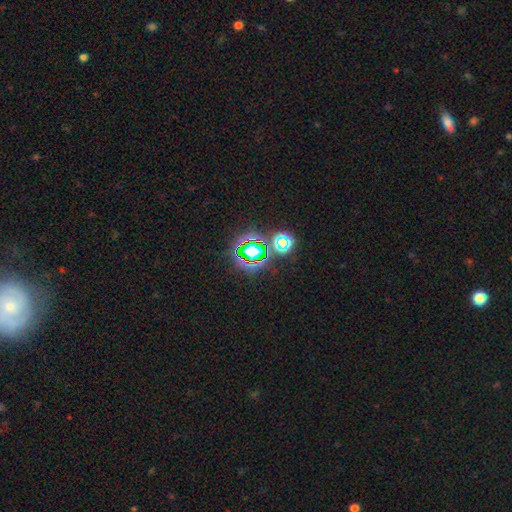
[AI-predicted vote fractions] Smooth or featured? Predicted: star or artifact (p=0.73).